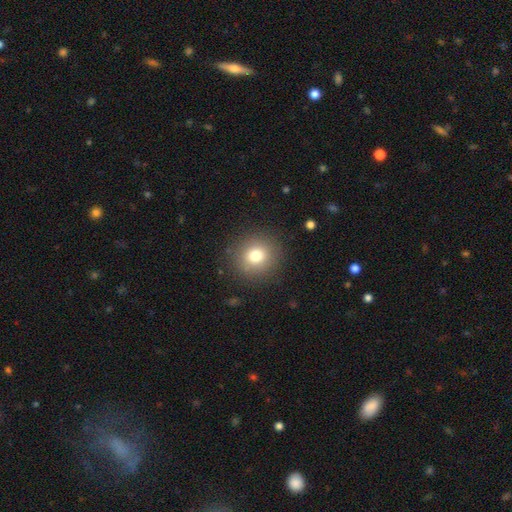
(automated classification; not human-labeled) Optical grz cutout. It shows a smooth galaxy with no disk features (77%) that is round (93%). Merging: none (88%).